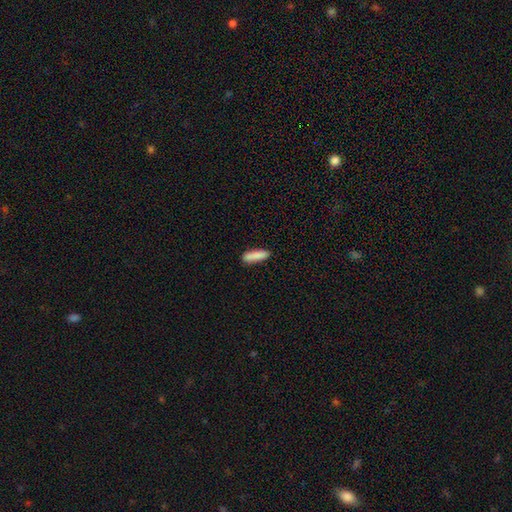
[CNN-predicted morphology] Overall: smooth (88%). How rounded: cigar-shaped (67%; in between 32%). Merging: none (83%).